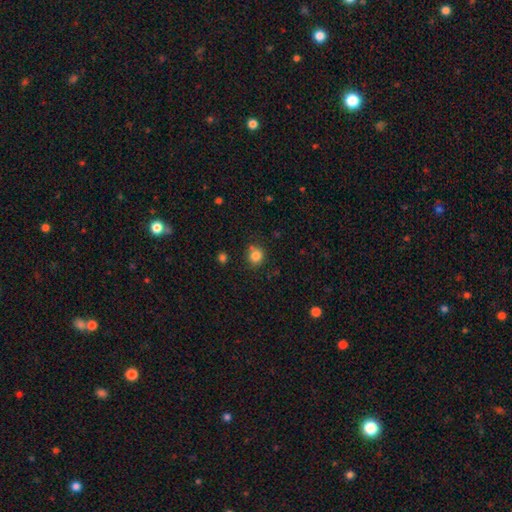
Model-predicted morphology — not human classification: smooth_or_featured: smooth (p=0.83) [alt: star or artifact p=0.12]
how_rounded: round (p=0.83) [alt: in between p=0.16]
merging: none (p=0.75) [alt: minor disturbance p=0.14]